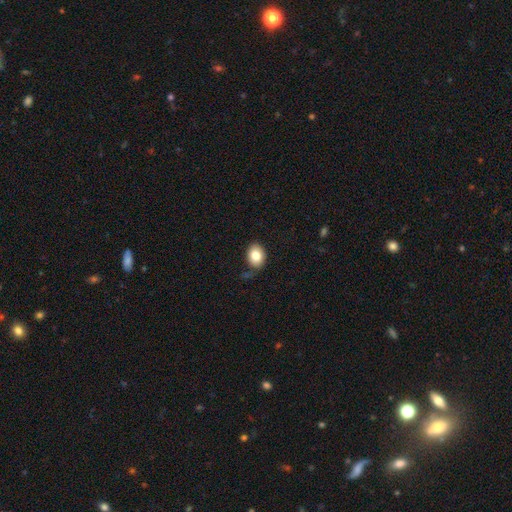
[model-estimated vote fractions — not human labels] smooth_or_featured: smooth (p=0.83) [alt: featured or disk p=0.09]
how_rounded: in between (p=0.65) [alt: round p=0.34]
merging: none (p=0.75) [alt: minor disturbance p=0.17]